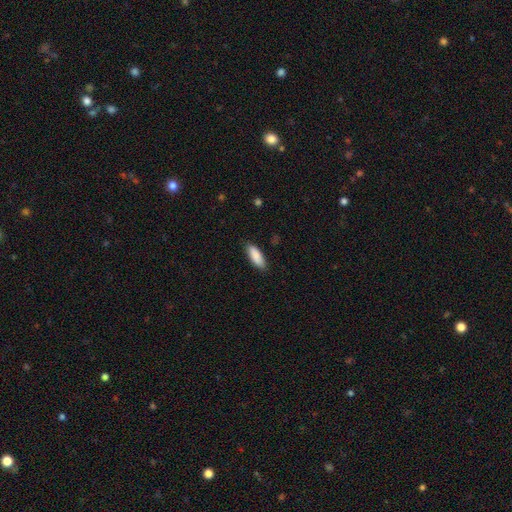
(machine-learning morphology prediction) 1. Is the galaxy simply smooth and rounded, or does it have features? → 89% smooth, 6% featured or disk, 6% star or artifact.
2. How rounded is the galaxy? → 68% in between, 30% cigar-shaped, 2% round.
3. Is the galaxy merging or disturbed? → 86% none, 11% minor disturbance, 2% major disturbance, 1% merger.